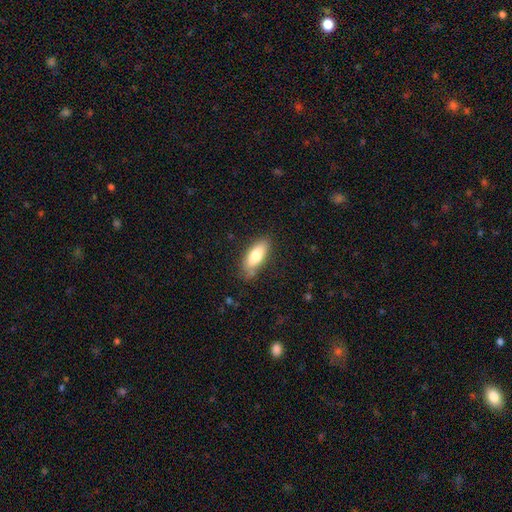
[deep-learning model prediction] This is likely a smooth galaxy (78%). How rounded: likely in between (73%). Merging: likely none (76%).